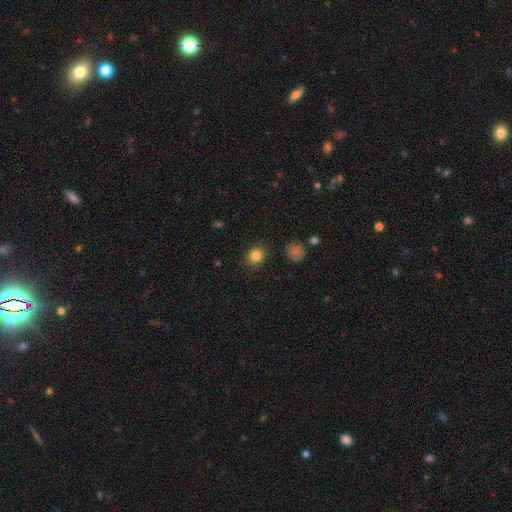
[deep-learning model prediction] Smooth or featured? smooth (84%)
How rounded? round (73%)
Merging? none (89%)